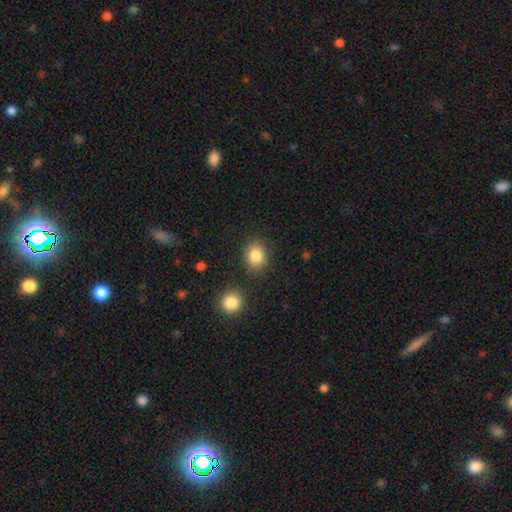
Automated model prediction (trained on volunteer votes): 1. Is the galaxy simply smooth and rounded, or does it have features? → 85% smooth, 9% star or artifact, 6% featured or disk.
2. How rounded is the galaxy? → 51% round, 48% in between, 1% cigar-shaped.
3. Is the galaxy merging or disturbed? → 82% none, 10% minor disturbance, 4% merger, 3% major disturbance.